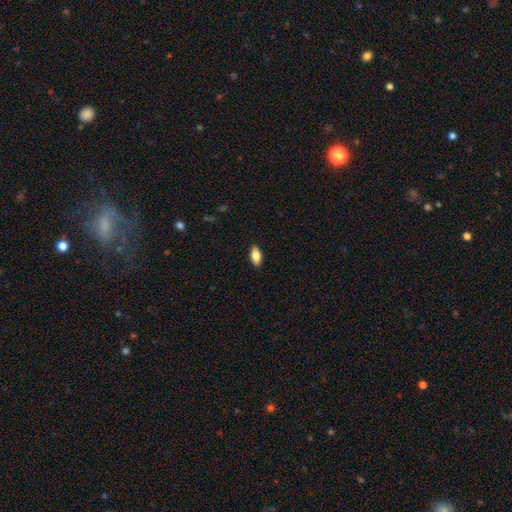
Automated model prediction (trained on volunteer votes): Q: Smooth or featured?
A: smooth (82%); runner-up: featured or disk (12%)
Q: How rounded?
A: in between (90%); runner-up: cigar-shaped (7%)
Q: Merging?
A: none (90%); runner-up: minor disturbance (8%)